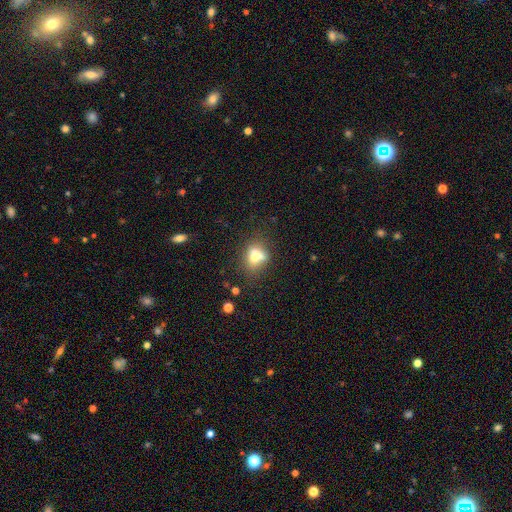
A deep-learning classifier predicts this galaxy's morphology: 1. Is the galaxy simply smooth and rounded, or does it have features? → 70% smooth, 18% featured or disk, 12% star or artifact.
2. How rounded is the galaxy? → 60% in between, 37% round, 3% cigar-shaped.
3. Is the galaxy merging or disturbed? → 44% none, 23% minor disturbance, 21% merger, 12% major disturbance.